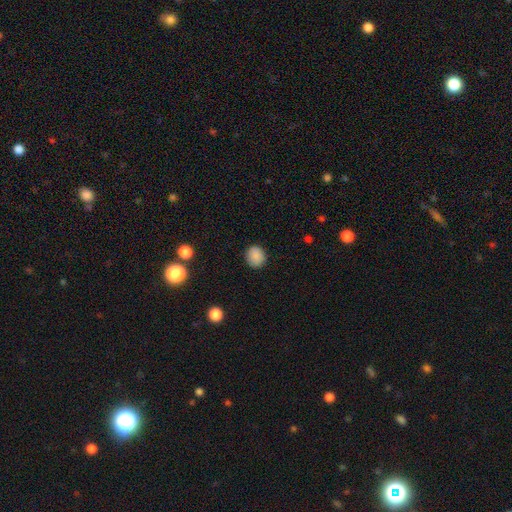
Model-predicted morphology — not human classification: smooth 86%, star or artifact 10%, featured or disk 4%. Down the decision tree: how rounded — round (79%); merging — none (88%).